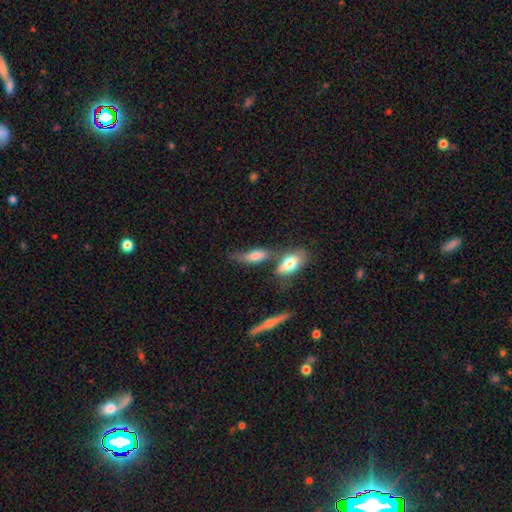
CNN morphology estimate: Smooth or featured? Predicted: smooth (p=0.66). How rounded? Predicted: in between (p=0.69). Merging? Predicted: none (p=0.39).